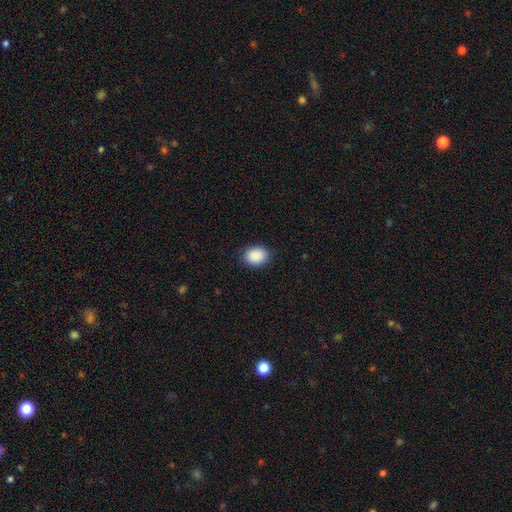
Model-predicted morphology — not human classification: smooth 90%, star or artifact 7%, featured or disk 2%. Down the decision tree: how rounded — in between (64%); merging — none (87%).